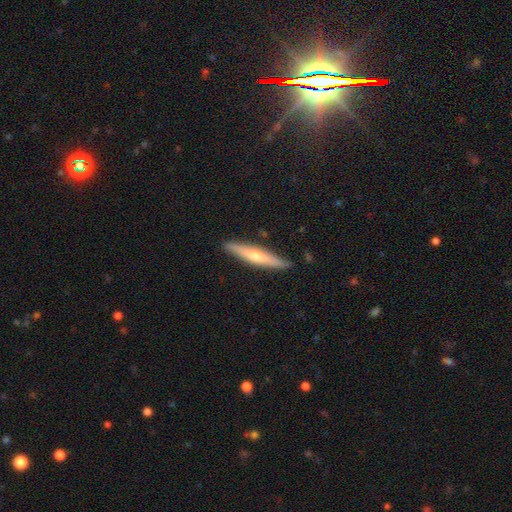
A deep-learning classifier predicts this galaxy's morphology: type=featured or disk (52%); edge-on=yes (94%); merging=none (88%).